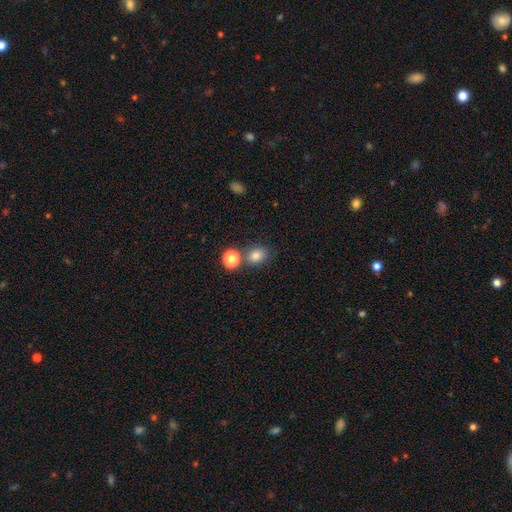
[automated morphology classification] Q: Smooth or featured?
A: smooth (80%); runner-up: star or artifact (13%)
Q: How rounded?
A: round (50%); runner-up: in between (49%)
Q: Merging?
A: none (66%); runner-up: merger (19%)